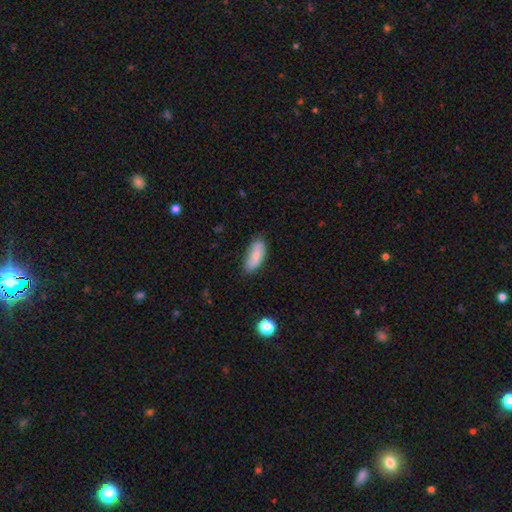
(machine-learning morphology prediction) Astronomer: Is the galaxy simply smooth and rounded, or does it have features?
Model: smooth — 80%.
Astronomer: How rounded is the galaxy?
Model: in between — 81%.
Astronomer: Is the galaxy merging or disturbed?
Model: none — 72%.